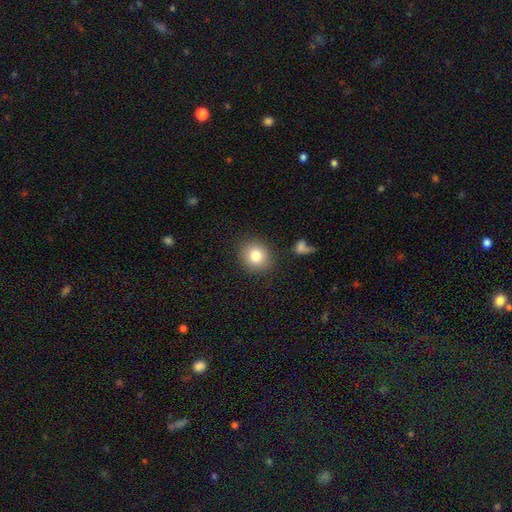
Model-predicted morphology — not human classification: A smooth galaxy with no disk features (82%) that is round (82%).

Vote fractions:
- Smooth or featured? smooth: 82% / star or artifact: 9% / featured or disk: 9%
- How rounded? round: 82% / in between: 17% / cigar-shaped: 1%
- Merging? none: 86% / minor disturbance: 8% / major disturbance: 3% / merger: 3%